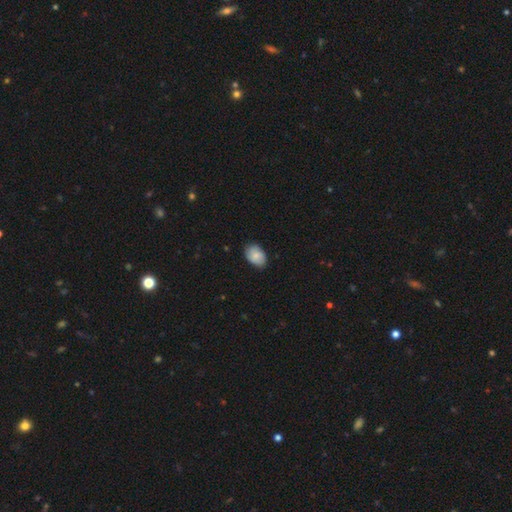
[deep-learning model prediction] smooth 79%, featured or disk 14%, star or artifact 7%. Down the decision tree: how rounded — in between (84%); merging — none (77%).